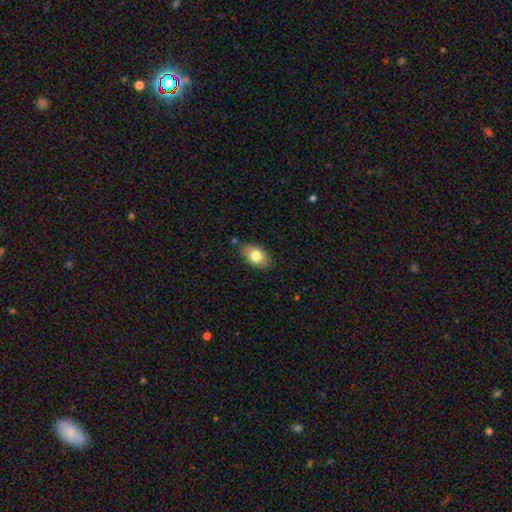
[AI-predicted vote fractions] Q: Smooth or featured?
A: smooth (78%); runner-up: featured or disk (14%)
Q: How rounded?
A: in between (88%); runner-up: round (10%)
Q: Merging?
A: none (82%); runner-up: minor disturbance (14%)